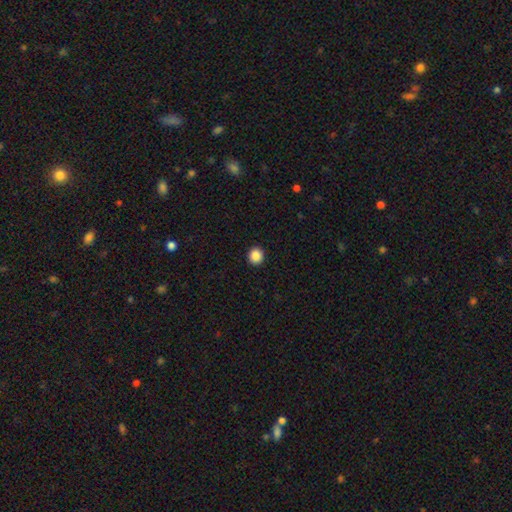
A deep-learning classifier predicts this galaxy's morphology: This appears to be a smooth galaxy with no disk features (87%) that is round (92%). Merging: none (93%).